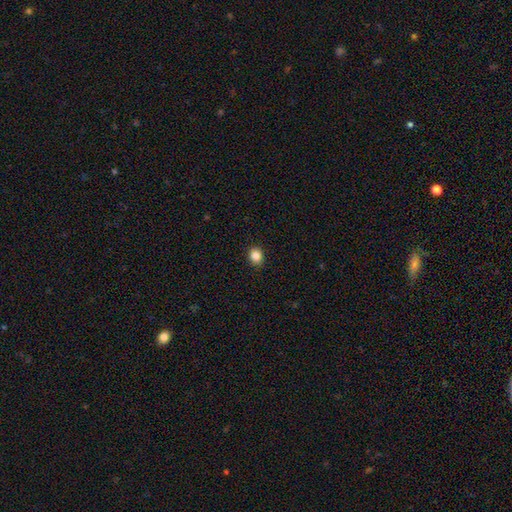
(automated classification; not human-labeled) smooth 86%, star or artifact 10%, featured or disk 4%. Down the decision tree: how rounded — round (60%); merging — none (91%).